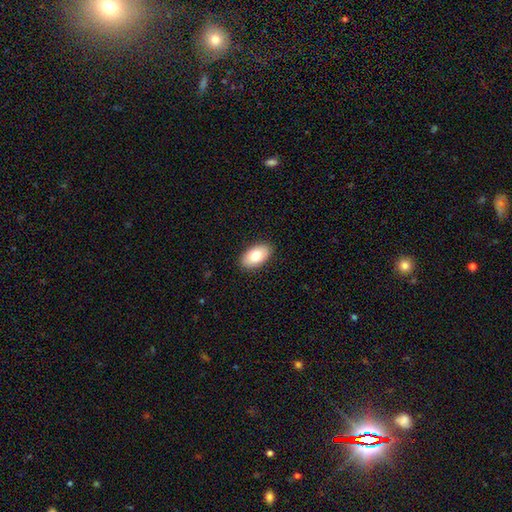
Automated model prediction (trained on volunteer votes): Overall: smooth (79%). How rounded: in between (94%). Merging: none (89%).